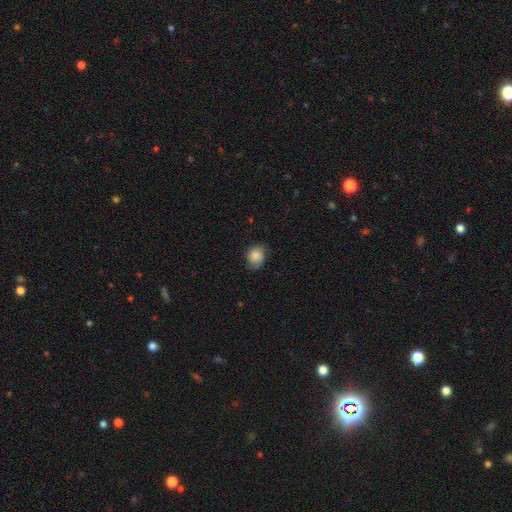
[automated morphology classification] smooth_or_featured: smooth (p=0.83) [alt: featured or disk p=0.09]
how_rounded: round (p=0.58) [alt: in between p=0.42]
merging: none (p=0.69) [alt: minor disturbance p=0.25]